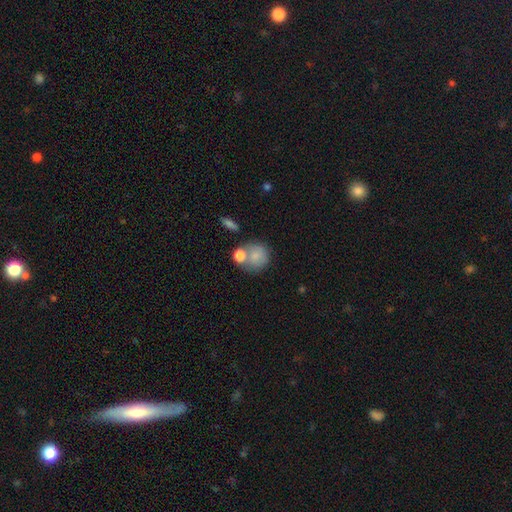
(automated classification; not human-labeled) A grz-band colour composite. It shows a smooth galaxy with no disk features (79%) that is round (83%). Merging: none (47%).